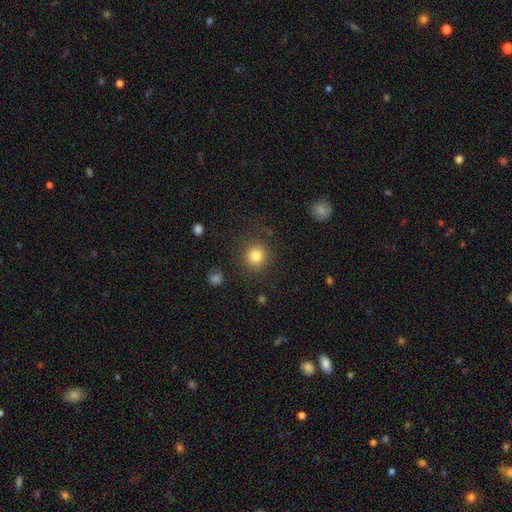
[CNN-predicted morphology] Smooth or featured? smooth (83%)
How rounded? round (91%)
Merging? none (85%)